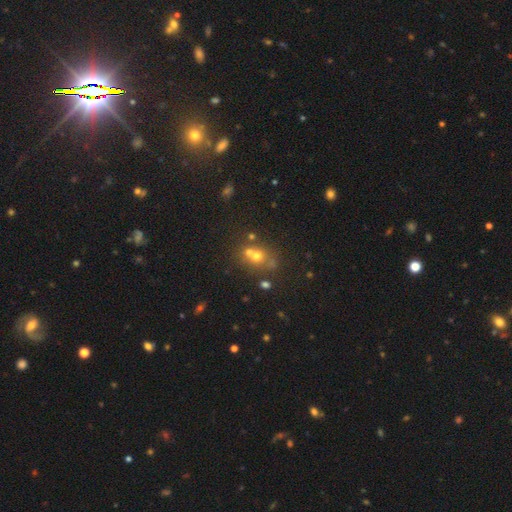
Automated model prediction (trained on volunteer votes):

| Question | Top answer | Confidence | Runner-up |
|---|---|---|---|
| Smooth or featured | smooth | 57% | star or artifact (22%) |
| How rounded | round | 75% | in between (24%) |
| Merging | none | 45% | merger (41%) |